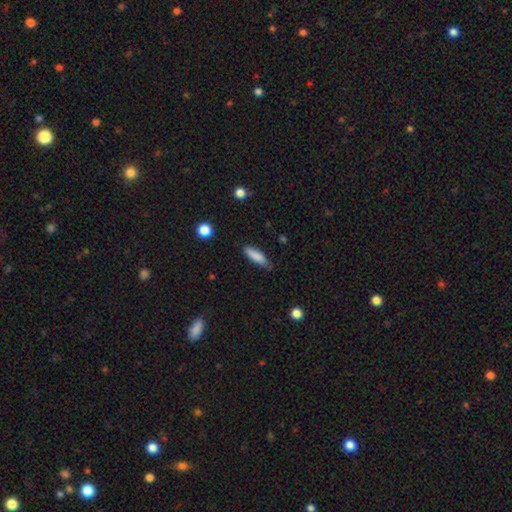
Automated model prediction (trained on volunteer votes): This appears to be a smooth galaxy with no disk features (86%) that is cigar-shaped (54%). Merging: none (75%).